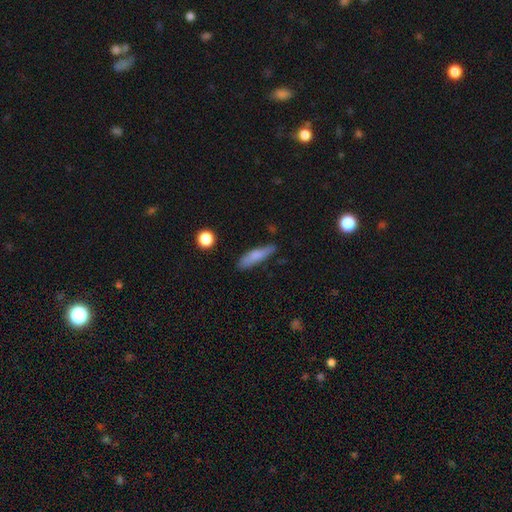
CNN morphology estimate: Q: Smooth or featured?
A: smooth (74%); runner-up: featured or disk (19%)
Q: How rounded?
A: cigar-shaped (74%); runner-up: in between (24%)
Q: Merging?
A: none (73%); runner-up: minor disturbance (20%)